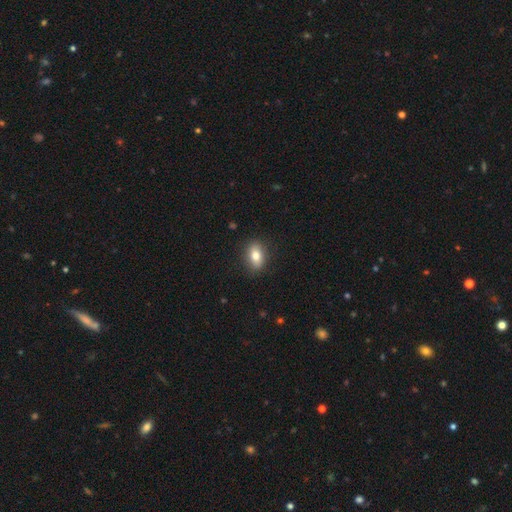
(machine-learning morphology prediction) Smooth or featured? smooth (79%)
How rounded? in between (82%)
Merging? none (86%)